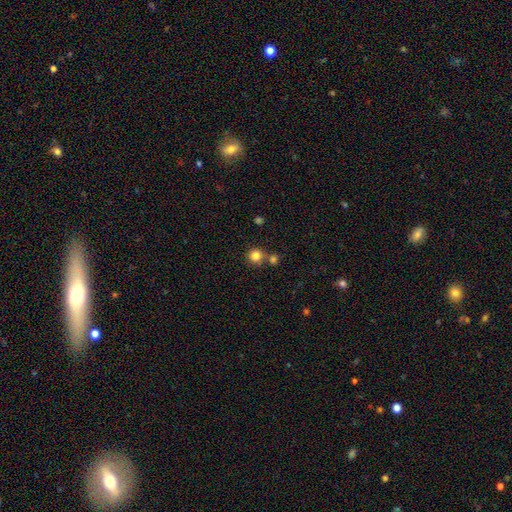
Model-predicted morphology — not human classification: Q: Smooth or featured?
A: smooth (83%); runner-up: star or artifact (11%)
Q: How rounded?
A: round (93%); runner-up: in between (6%)
Q: Merging?
A: none (66%); runner-up: merger (23%)